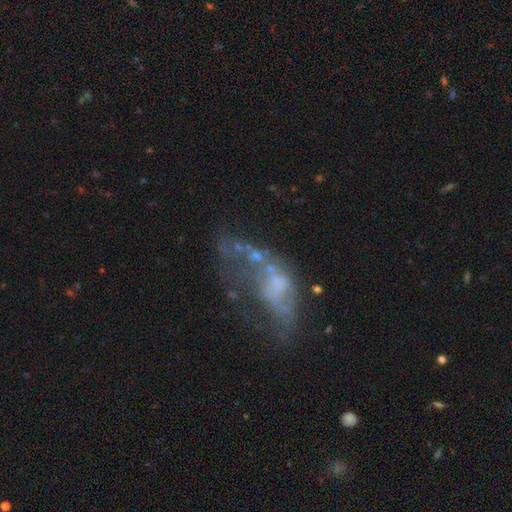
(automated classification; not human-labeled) A featured or disk galaxy (58%) with no bar (84%), no spiral arms (86%) and no central bulge (67%).

Vote fractions:
- Smooth or featured? featured or disk: 58% / smooth: 24% / star or artifact: 18%
- Edge-on disk? no: 94% / yes: 6%
- Bar? no: 84% / weak: 12% / strong: 4%
- Spiral arms? no: 86% / yes: 14%
- Bulge size? none: 67% / small: 18% / moderate: 11% / large: 3% / dominant: 2%
- Merging? major disturbance: 40% / none: 25% / merger: 20% / minor disturbance: 15%